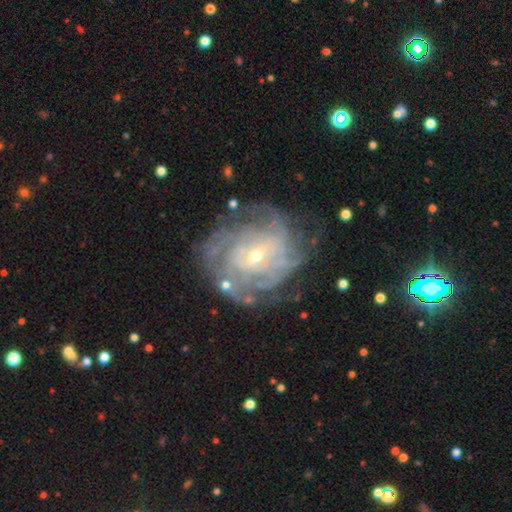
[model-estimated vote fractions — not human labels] This is clearly a featured or disk galaxy (84%). It is clearly not viewed edge-on (97%). Bar: possibly no (51%). Spiral arm pattern: clearly yes (88%). Spiral arm count: marginally can't tell (44%). Spiral winding: likely tight (64%). Central bulge: likely small (62%). Merging: likely none (64%).